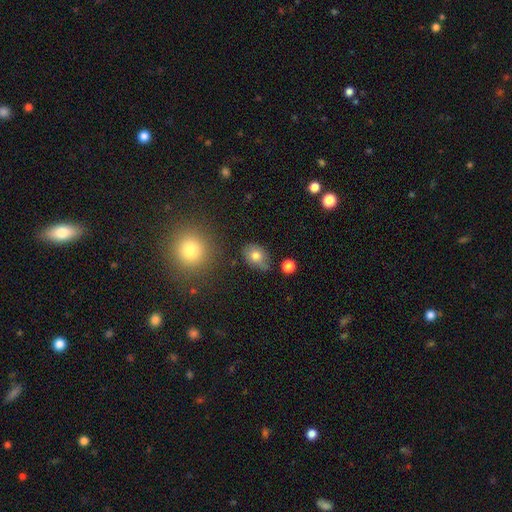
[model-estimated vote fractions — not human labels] This is likely a smooth galaxy (77%). How rounded: likely in between (67%). Merging: likely none (66%).